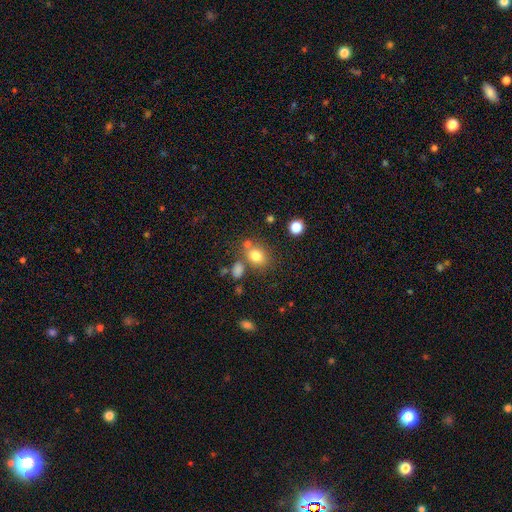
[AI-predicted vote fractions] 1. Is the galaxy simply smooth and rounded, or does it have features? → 78% smooth, 13% star or artifact, 9% featured or disk.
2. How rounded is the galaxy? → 50% round, 49% in between, 1% cigar-shaped.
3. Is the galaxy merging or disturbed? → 65% none, 16% merger, 14% minor disturbance, 6% major disturbance.